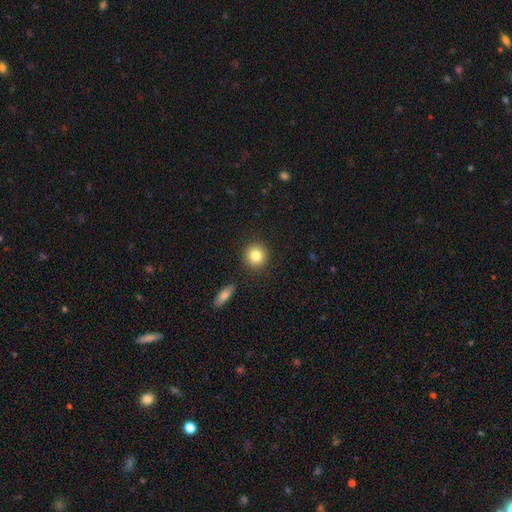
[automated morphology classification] A smooth galaxy with no disk features (83%) that is round (90%).

Vote fractions:
- Smooth or featured? smooth: 83% / star or artifact: 9% / featured or disk: 8%
- How rounded? round: 90% / in between: 8% / cigar-shaped: 1%
- Merging? none: 89% / minor disturbance: 6% / merger: 3% / major disturbance: 2%